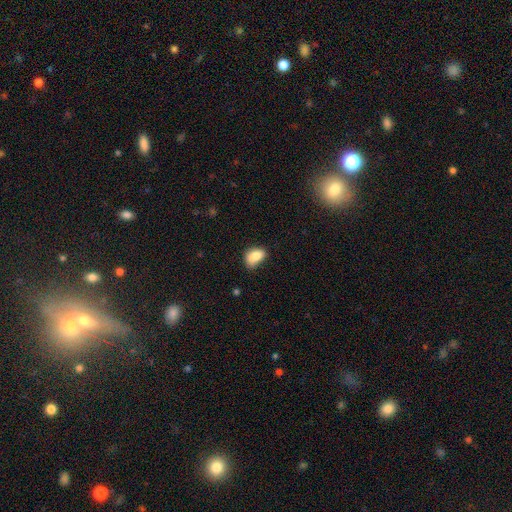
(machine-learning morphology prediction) smooth_or_featured: smooth (p=0.82) [alt: featured or disk p=0.09]
how_rounded: in between (p=0.83) [alt: round p=0.16]
merging: none (p=0.49) [alt: minor disturbance p=0.38]